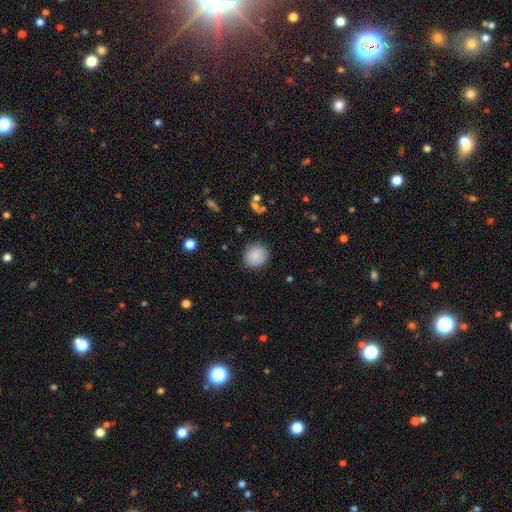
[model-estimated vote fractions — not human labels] This is clearly a smooth galaxy (87%). How rounded: clearly round (87%). Merging: clearly none (88%).